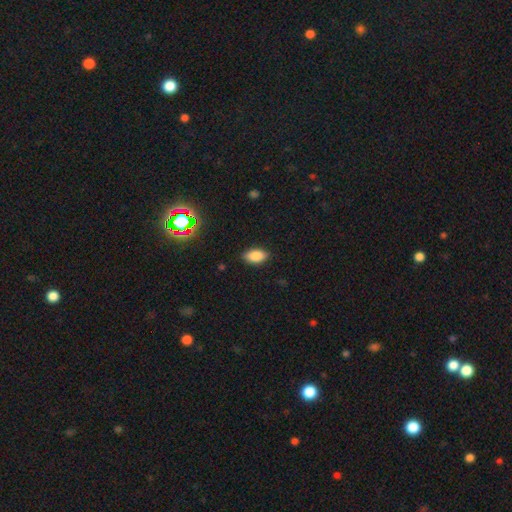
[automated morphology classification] This is clearly a smooth galaxy (84%). How rounded: clearly in between (91%). Merging: clearly none (87%).